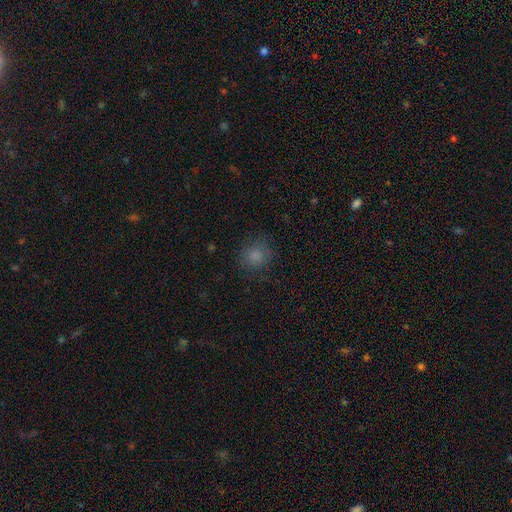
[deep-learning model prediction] A smooth galaxy with no disk features (81%) that is round (82%). Merging: none (79%).